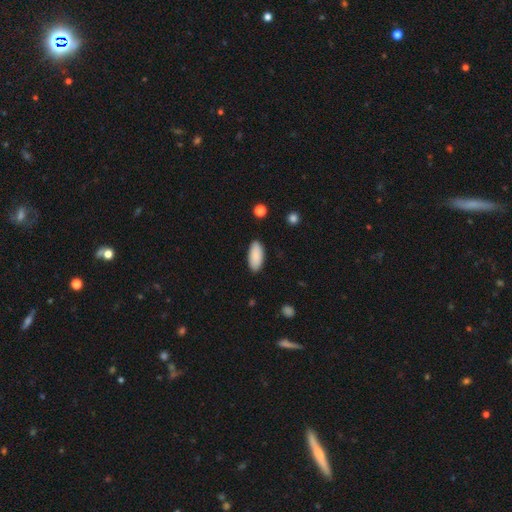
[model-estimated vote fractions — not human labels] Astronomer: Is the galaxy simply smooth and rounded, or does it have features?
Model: smooth — 90%.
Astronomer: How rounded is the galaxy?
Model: in between — 89%.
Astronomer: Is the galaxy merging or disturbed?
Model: none — 88%.